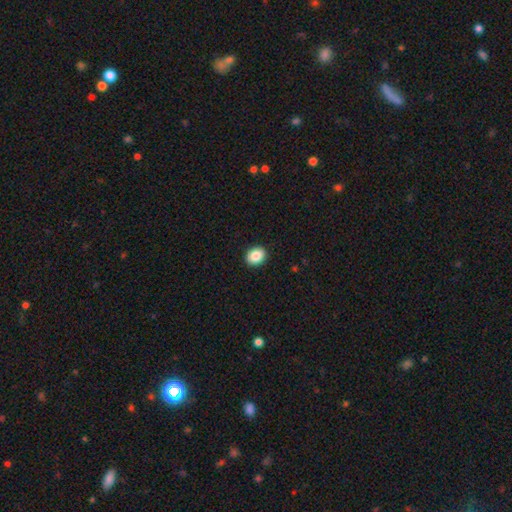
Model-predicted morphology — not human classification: Smooth or featured? Predicted: smooth (p=0.86). How rounded? Predicted: round (p=0.52). Merging? Predicted: none (p=0.91).